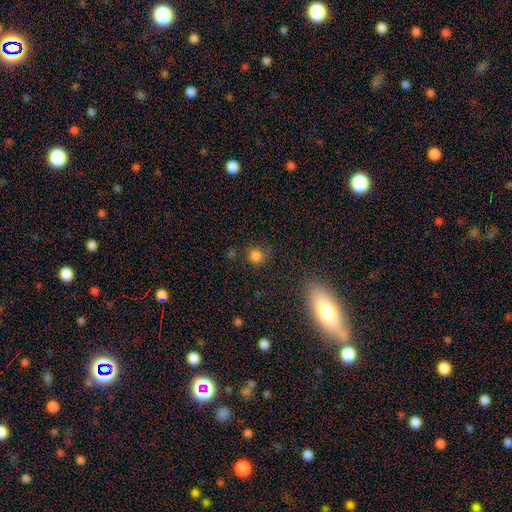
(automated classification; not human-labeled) Smooth or featured? smooth (80%)
How rounded? round (90%)
Merging? none (76%)